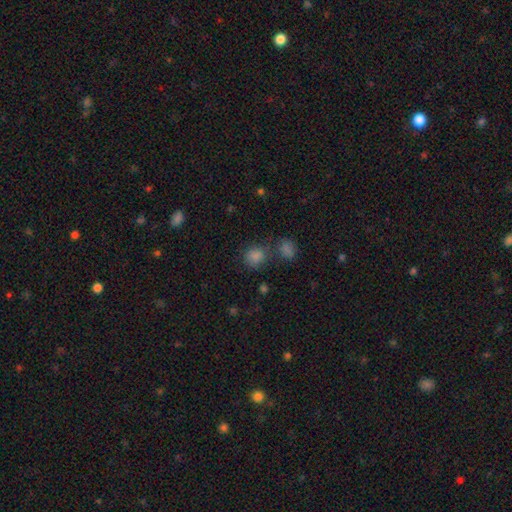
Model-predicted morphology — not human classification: This is likely a smooth galaxy (76%). How rounded: likely round (76%). Merging: likely none (63%).